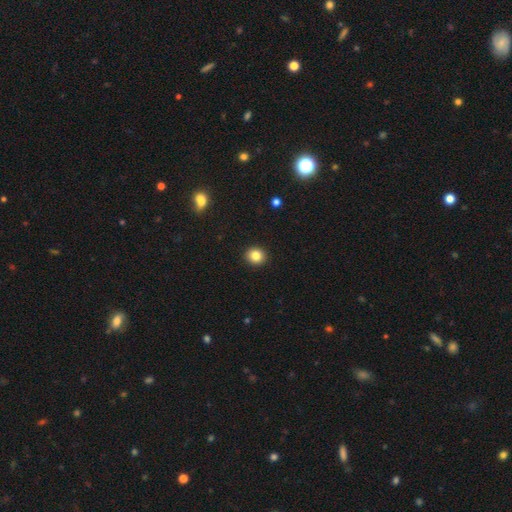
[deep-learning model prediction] Smooth or featured? Predicted: smooth (p=0.84). How rounded? Predicted: round (p=0.84). Merging? Predicted: none (p=0.93).